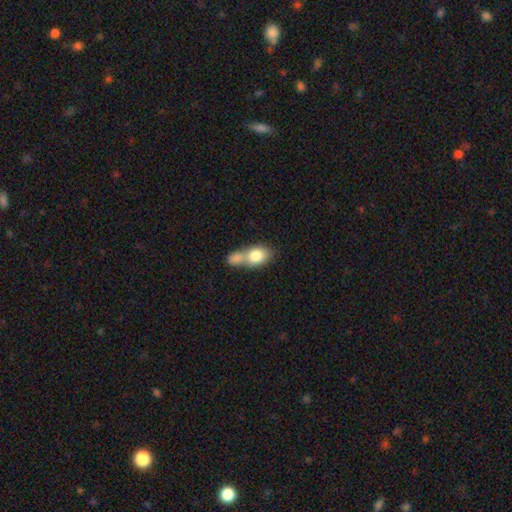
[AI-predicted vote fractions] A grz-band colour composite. It shows a smooth galaxy with no disk features (78%) that is in between round and cigar-shaped (71%). Merging: merger (67%).